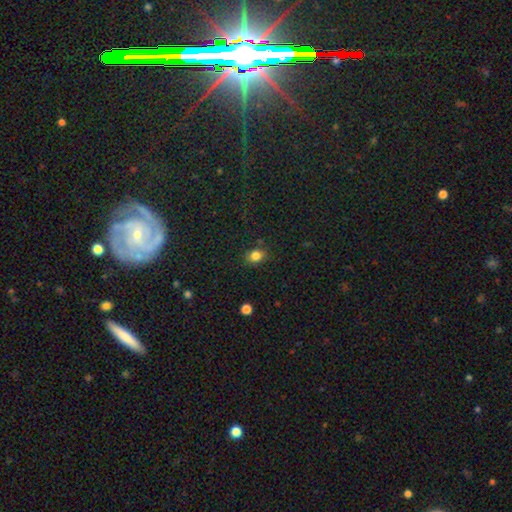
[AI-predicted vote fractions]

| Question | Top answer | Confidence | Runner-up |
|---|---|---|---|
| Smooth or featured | smooth | 83% | star or artifact (12%) |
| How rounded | in between | 51% | round (48%) |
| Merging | none | 82% | minor disturbance (12%) |